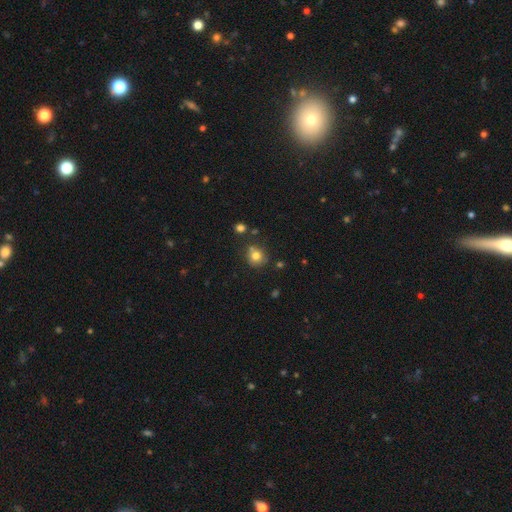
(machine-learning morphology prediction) This is likely a smooth galaxy (77%). How rounded: clearly round (85%). Merging: likely none (71%).